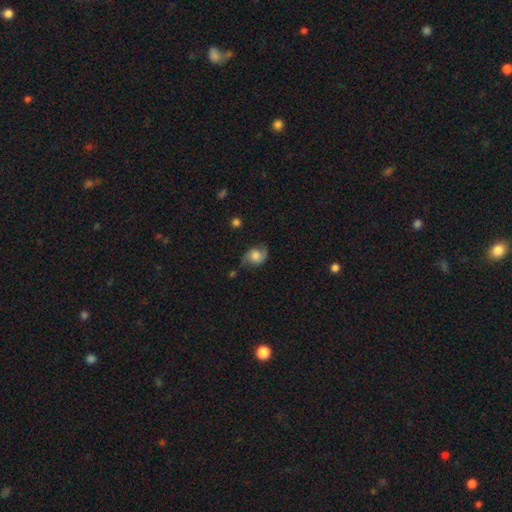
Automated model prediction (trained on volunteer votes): smooth_or_featured: featured or disk (p=0.51) [alt: smooth p=0.40]
disk_edge_on: no (p=0.96) [alt: yes p=0.04]
merging: none (p=0.64) [alt: minor disturbance p=0.25]